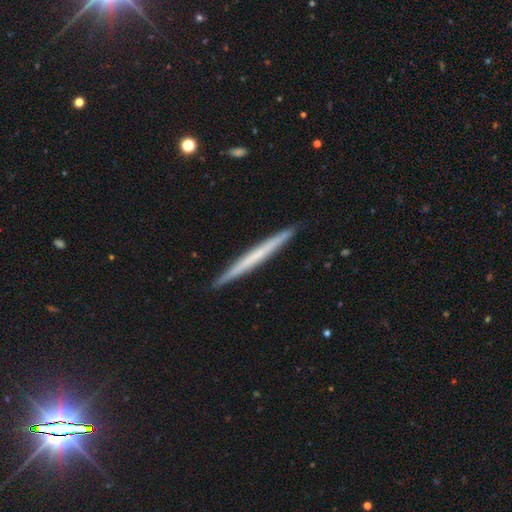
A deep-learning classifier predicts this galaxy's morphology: Q: Smooth or featured?
A: featured or disk (50%); runner-up: smooth (45%)
Q: Merging?
A: none (92%); runner-up: minor disturbance (5%)